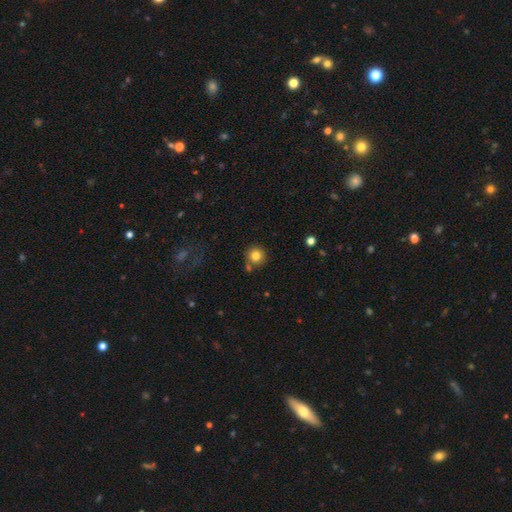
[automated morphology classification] Smooth or featured?
  - smooth: 80% *
  - star or artifact: 11%
  - featured or disk: 8%
How rounded?
  - round: 94% *
  - in between: 5%
  - cigar-shaped: 1%
Merging?
  - none: 80% *
  - minor disturbance: 9%
  - merger: 8%
  - major disturbance: 3%